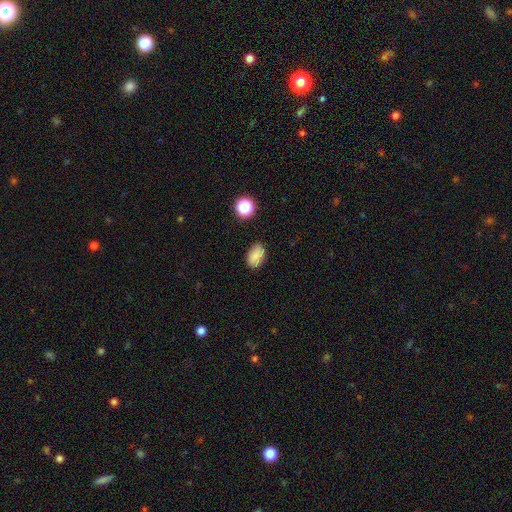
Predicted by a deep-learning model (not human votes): Smooth or featured? smooth (82%)
How rounded? in between (84%)
Merging? none (79%)